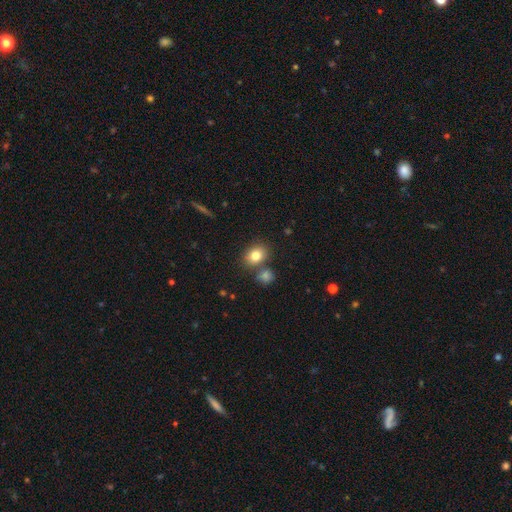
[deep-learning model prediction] A smooth galaxy with no disk features (80%) that is in between round and cigar-shaped (52%).

Vote fractions:
- Smooth or featured? smooth: 80% / star or artifact: 11% / featured or disk: 9%
- How rounded? in between: 52% / round: 47% / cigar-shaped: 1%
- Merging? none: 70% / merger: 16% / minor disturbance: 11% / major disturbance: 3%